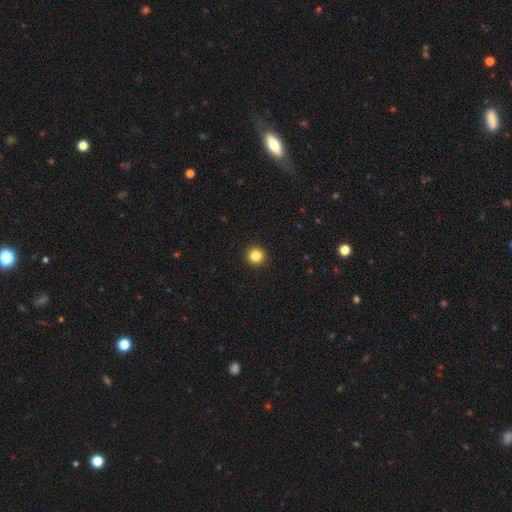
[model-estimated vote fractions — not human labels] Smooth or featured: smooth — 85% (star or artifact — 11%)
How rounded: round — 96% (in between — 3%)
Merging: none — 94% (minor disturbance — 4%)